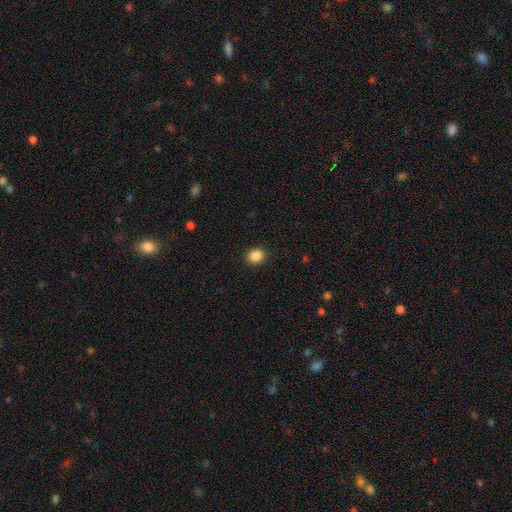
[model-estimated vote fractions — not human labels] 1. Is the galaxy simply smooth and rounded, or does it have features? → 87% smooth, 10% star or artifact, 3% featured or disk.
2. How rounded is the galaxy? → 70% round, 29% in between, 1% cigar-shaped.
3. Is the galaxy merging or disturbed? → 91% none, 6% minor disturbance, 2% major disturbance, 1% merger.